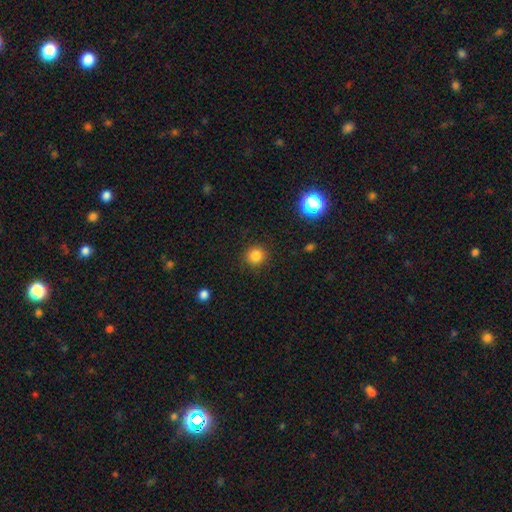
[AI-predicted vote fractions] Smooth or featured? smooth (83%)
How rounded? round (92%)
Merging? none (90%)